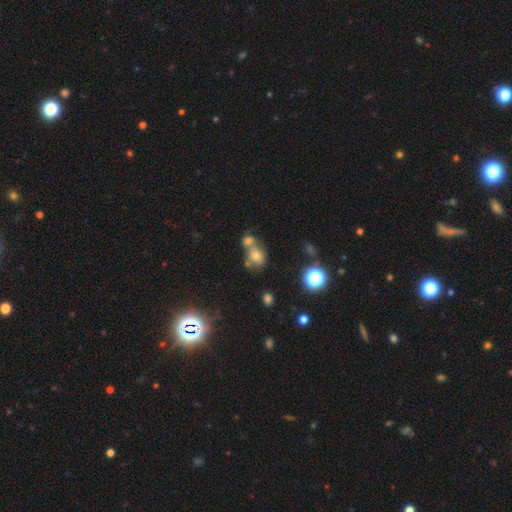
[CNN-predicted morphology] smooth_or_featured: smooth (p=0.66) [alt: star or artifact p=0.17]
how_rounded: round (p=0.56) [alt: in between p=0.43]
merging: merger (p=0.49) [alt: none p=0.36]